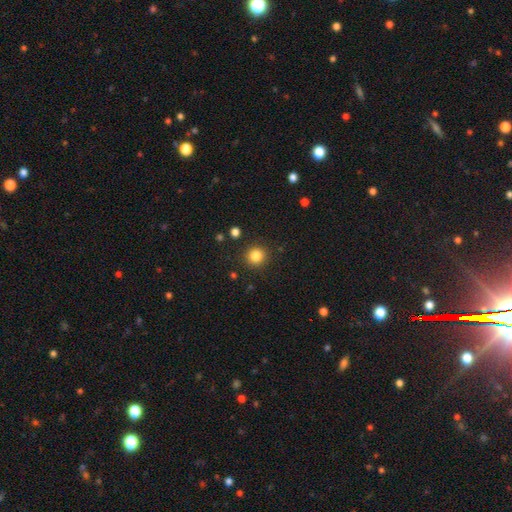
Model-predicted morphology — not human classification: smooth_or_featured: smooth (p=0.84) [alt: star or artifact p=0.12]
how_rounded: round (p=0.93) [alt: in between p=0.06]
merging: none (p=0.90) [alt: minor disturbance p=0.06]